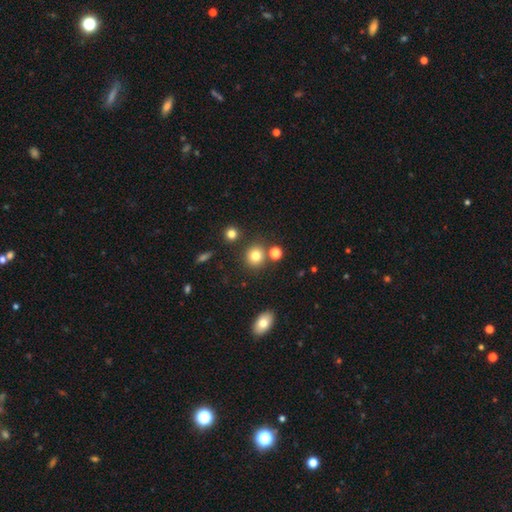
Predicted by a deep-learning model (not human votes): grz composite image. It shows a smooth galaxy with no disk features (79%) that is round (87%). Merging: none (80%).